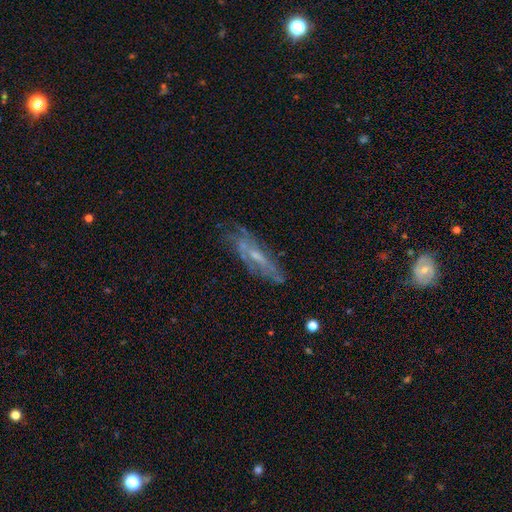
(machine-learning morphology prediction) Smooth or featured: featured or disk — 65% (smooth — 26%)
Edge-on disk: no — 66% (yes — 34%)
Merging: none — 63% (minor disturbance — 22%)